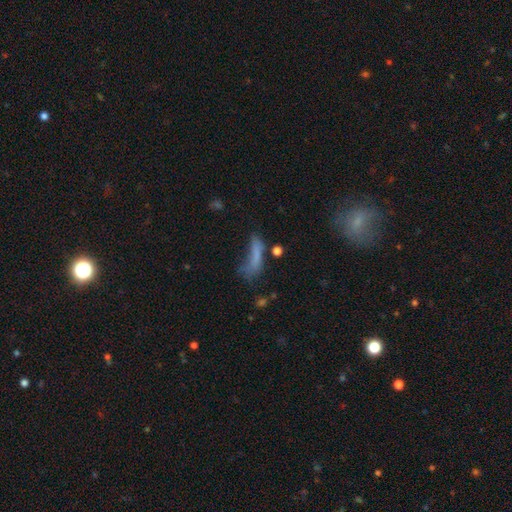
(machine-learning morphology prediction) smooth 63%, featured or disk 21%, star or artifact 16%. Down the decision tree: how rounded — cigar-shaped (55%); merging — major disturbance (37%).